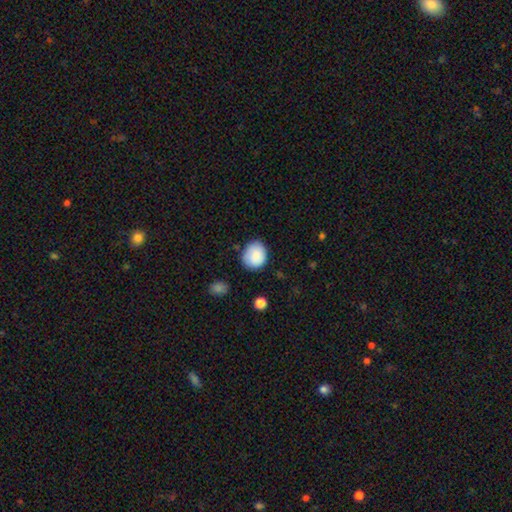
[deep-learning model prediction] smooth 84%, featured or disk 9%, star or artifact 7%. Down the decision tree: how rounded — round (71%); merging — none (77%).